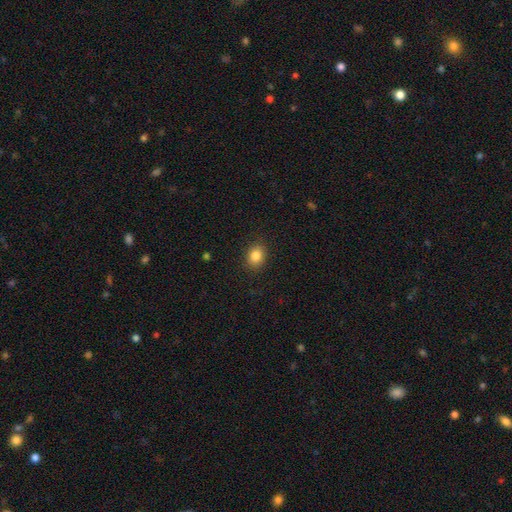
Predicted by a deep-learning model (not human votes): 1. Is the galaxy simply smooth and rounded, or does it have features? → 85% smooth, 10% star or artifact, 5% featured or disk.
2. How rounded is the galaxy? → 58% in between, 41% round, 1% cigar-shaped.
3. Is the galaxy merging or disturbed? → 88% none, 8% minor disturbance, 2% major disturbance, 1% merger.